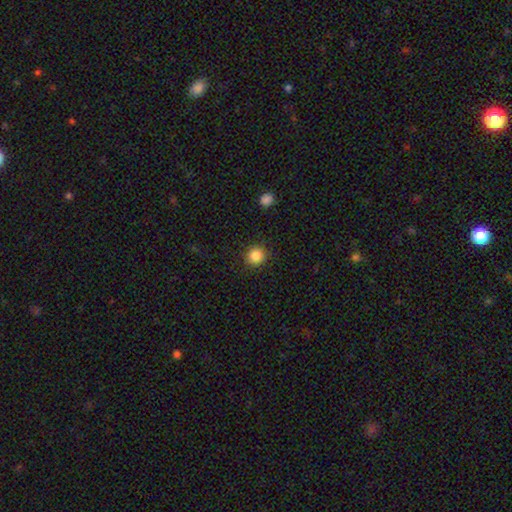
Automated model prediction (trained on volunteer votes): Smooth or featured? Predicted: smooth (p=0.86). How rounded? Predicted: round (p=0.93). Merging? Predicted: none (p=0.91).